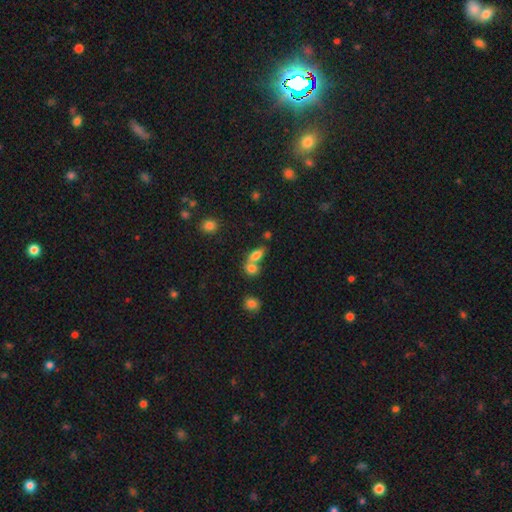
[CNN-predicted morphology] smooth 76%, featured or disk 13%, star or artifact 11%. Down the decision tree: how rounded — in between (79%); merging — merger (54%).